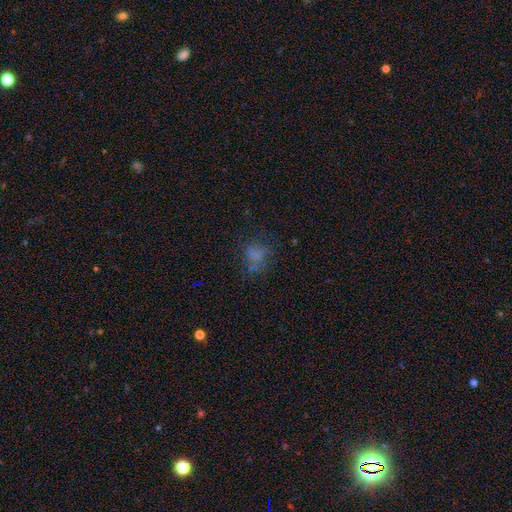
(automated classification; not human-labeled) smooth 57%, star or artifact 22%, featured or disk 21%. Down the decision tree: how rounded — round (52%); merging — none (54%).